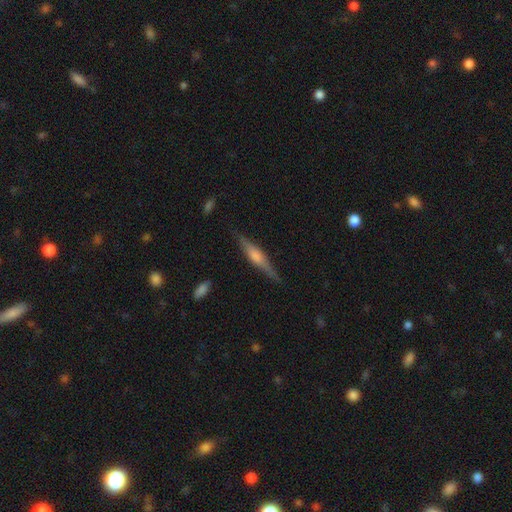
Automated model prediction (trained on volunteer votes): Smooth or featured: featured or disk — 74% (smooth — 19%)
Edge-on disk: yes — 97% (no — 3%)
Edge-on bulge: rounded — 69% (boxy — 23%)
Merging: none — 86% (minor disturbance — 10%)